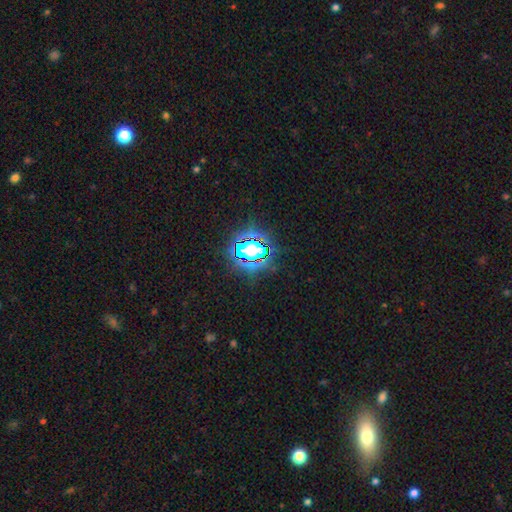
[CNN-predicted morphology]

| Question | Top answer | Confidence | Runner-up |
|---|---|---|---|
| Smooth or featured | star or artifact | 75% | smooth (15%) |